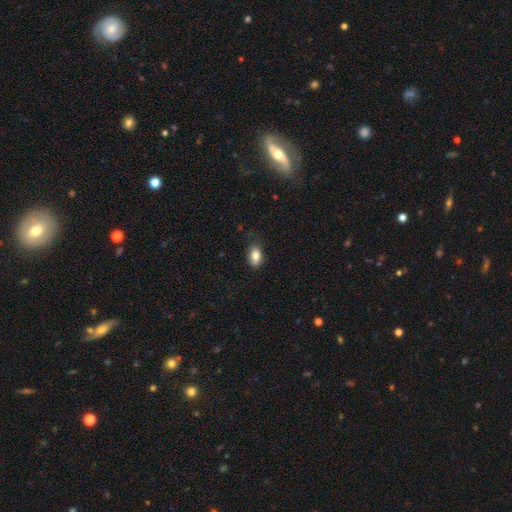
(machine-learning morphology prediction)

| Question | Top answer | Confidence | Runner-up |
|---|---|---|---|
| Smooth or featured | smooth | 81% | featured or disk (10%) |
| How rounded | in between | 86% | round (11%) |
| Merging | none | 72% | minor disturbance (22%) |